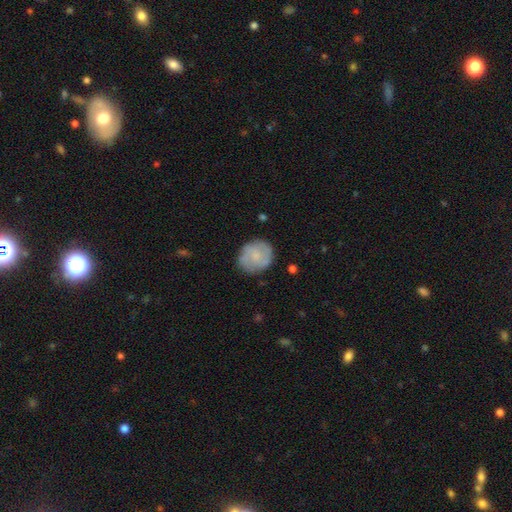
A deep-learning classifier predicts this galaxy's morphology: Smooth or featured: smooth — 56% (featured or disk — 38%)
How rounded: round — 80% (in between — 19%)
Merging: none — 79% (minor disturbance — 16%)